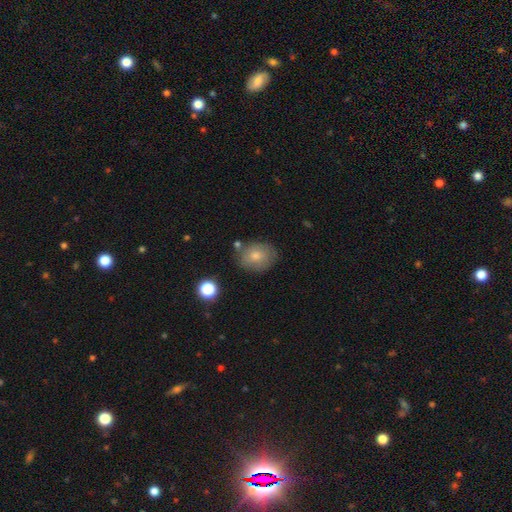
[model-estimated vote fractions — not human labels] This is likely a smooth galaxy (73%). How rounded: possibly round (56%). Merging: likely none (71%).